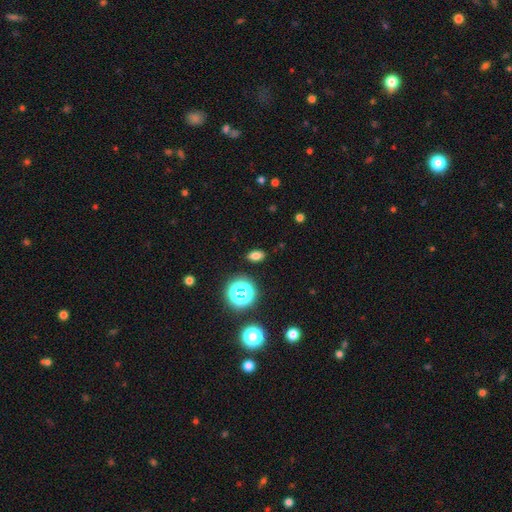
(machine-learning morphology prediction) The model was most divided on "smooth or featured": smooth: 72%, star or artifact: 21%, featured or disk: 7%. More confident: merging — none (88%); how rounded — in between (83%).